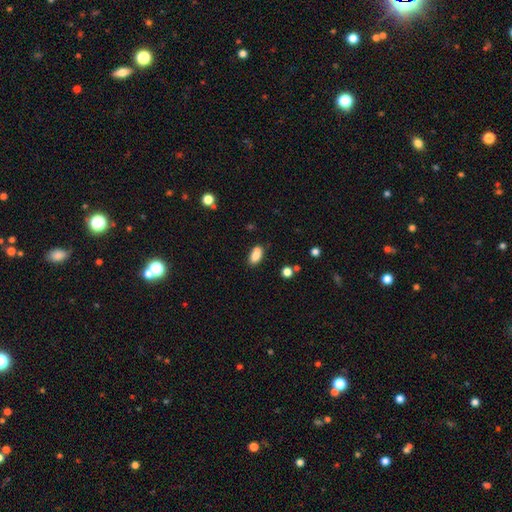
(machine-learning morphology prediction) smooth_or_featured: smooth (p=0.83) [alt: star or artifact p=0.09]
how_rounded: in between (p=0.88) [alt: cigar-shaped p=0.06]
merging: none (p=0.63) [alt: minor disturbance p=0.18]